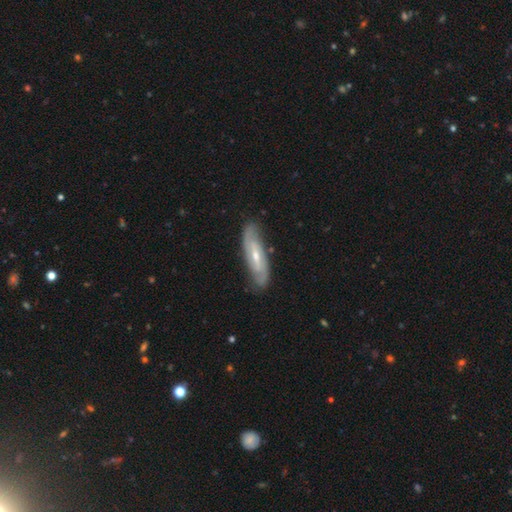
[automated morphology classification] This is likely a featured or disk galaxy (73%). It is likely not viewed edge-on (79%). Bar: marginally weak (45%). Spiral arm pattern: clearly yes (87%). Central bulge: possibly small (53%). Merging: likely none (79%).